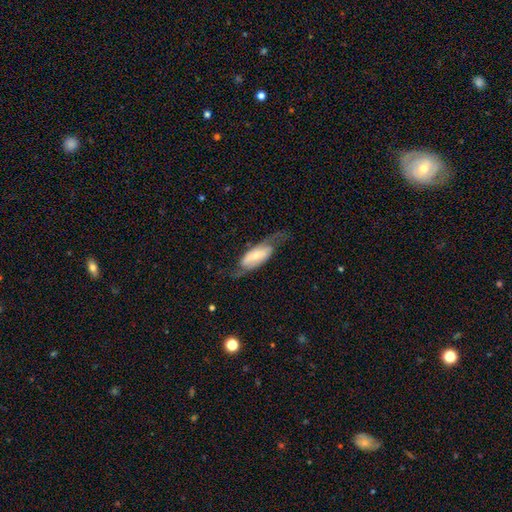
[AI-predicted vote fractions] featured or disk 70%, smooth 24%, star or artifact 6%. Down the decision tree: edge-on disk — no (88%); bar — strong (38%); spiral arms — yes (87%); spiral arm count — 2 (87%); spiral winding — loose (49%); bulge size — small (54%); merging — none (62%).